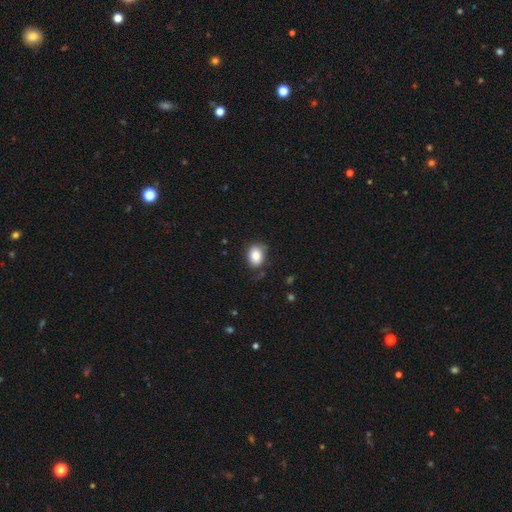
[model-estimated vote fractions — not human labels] Morphology: type=smooth (83%); roundness=in between (69%); merging=none (72%).